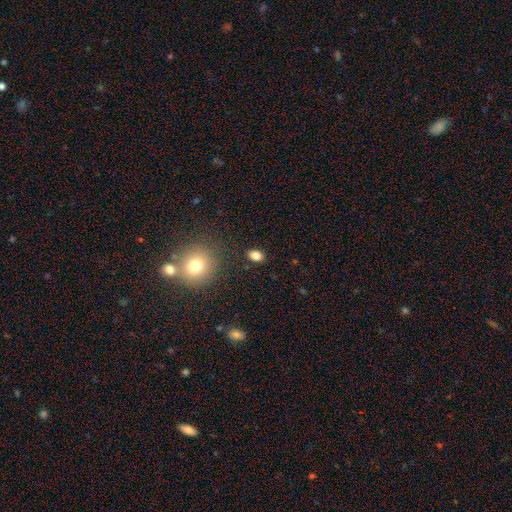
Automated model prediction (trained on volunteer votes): Morphology: type=smooth (82%); roundness=in between (74%); merging=none (86%).